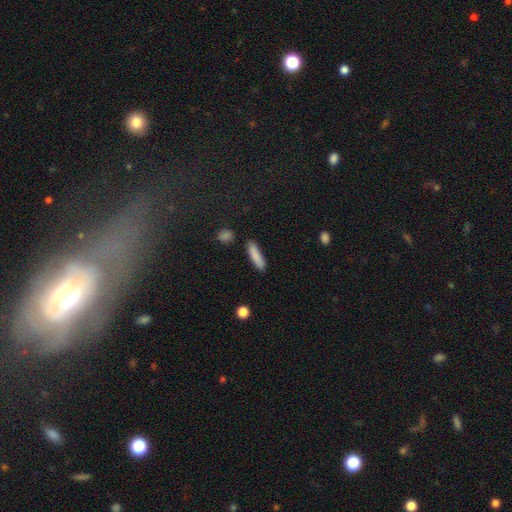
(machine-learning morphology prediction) A smooth galaxy with no disk features (85%) that is cigar-shaped (82%). Merging: none (86%).